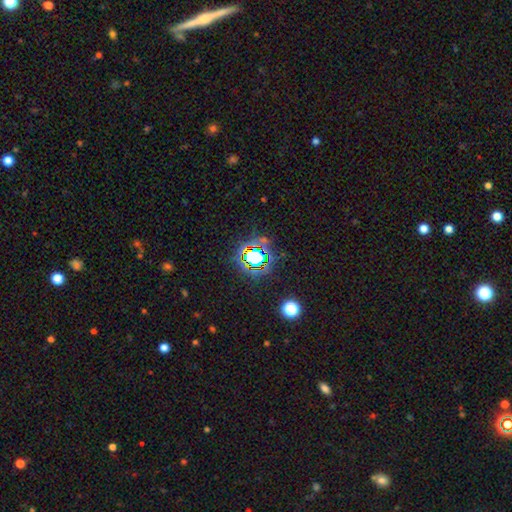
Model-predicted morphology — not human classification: This appears to be a star or artifact, not a galaxy (65%).